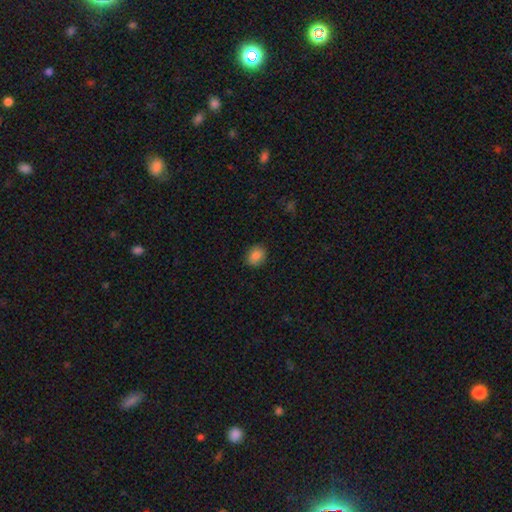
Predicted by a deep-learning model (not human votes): Overall: smooth (87%). How rounded: round (57%; in between 42%). Merging: none (88%).